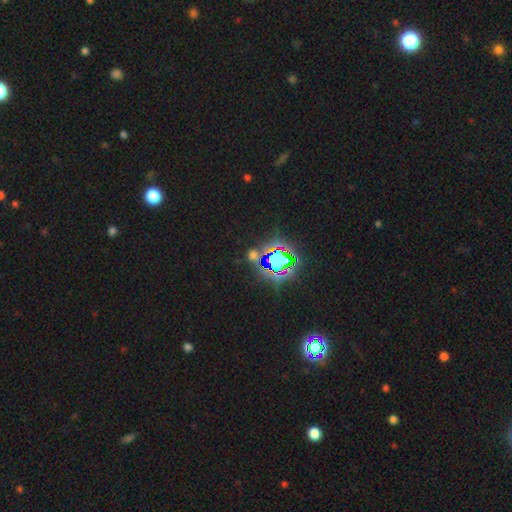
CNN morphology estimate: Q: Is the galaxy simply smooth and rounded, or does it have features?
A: star or artifact — 76%.